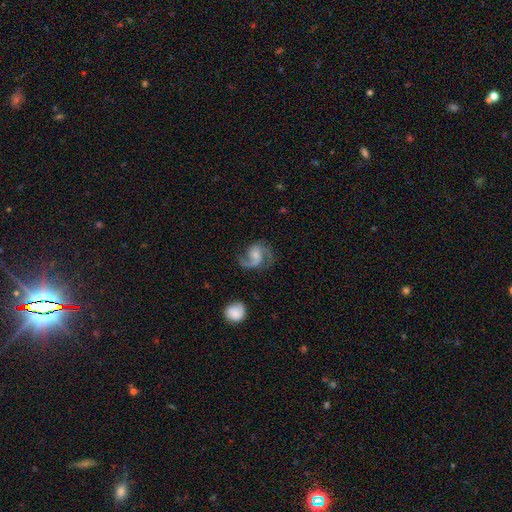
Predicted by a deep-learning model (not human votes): This appears to be a featured or disk galaxy (85%) with no bar (52%), 2 (84%) medium (51%) spiral arms (97%) and a small central bulge (44%). Merging: none (65%).